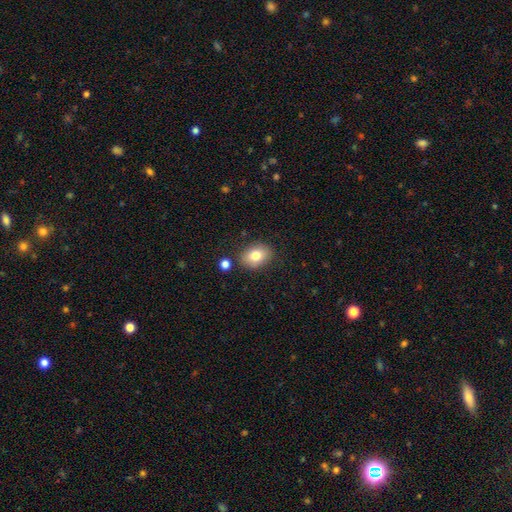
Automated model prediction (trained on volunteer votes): Q: Smooth or featured?
A: smooth (80%); runner-up: featured or disk (12%)
Q: How rounded?
A: in between (72%); runner-up: round (27%)
Q: Merging?
A: none (83%); runner-up: minor disturbance (11%)